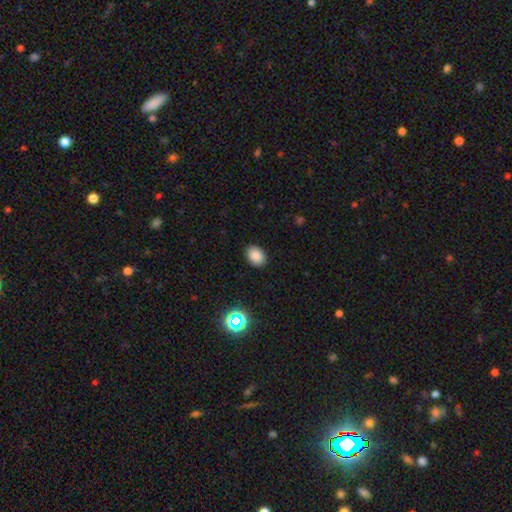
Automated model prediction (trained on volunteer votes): A smooth galaxy with no disk features (85%) that is in between round and cigar-shaped (65%). Merging: none (88%).